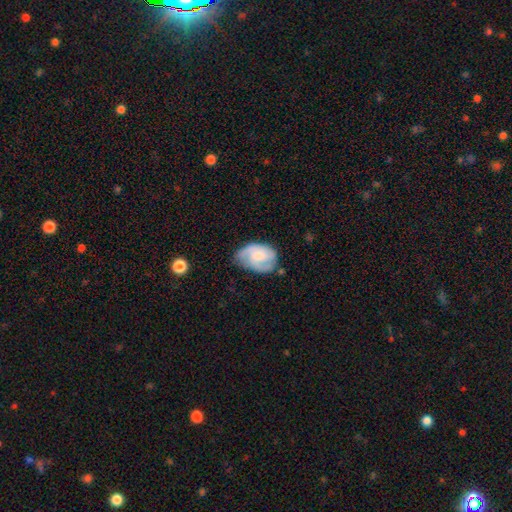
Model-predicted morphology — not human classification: A featured or disk galaxy (64%) with no bar (63%), 2 (48%) medium (45%) spiral arms (90%) and a small central bulge (39%).

Vote fractions:
- Smooth or featured? featured or disk: 64% / smooth: 30% / star or artifact: 6%
- Edge-on disk? no: 97% / yes: 3%
- Bar? no: 63% / weak: 32% / strong: 5%
- Spiral arms? yes: 90% / no: 10%
- Spiral winding? medium: 45% / tight: 38% / loose: 17%
- Spiral arm count? 2: 48% / 3: 20% / can't tell: 18% / 1: 8% / 4: 3% / more than 4: 2%
- Bulge size? small: 39% / moderate: 33% / none: 19% / large: 7% / dominant: 2%
- Merging? none: 53% / minor disturbance: 32% / major disturbance: 13% / merger: 2%